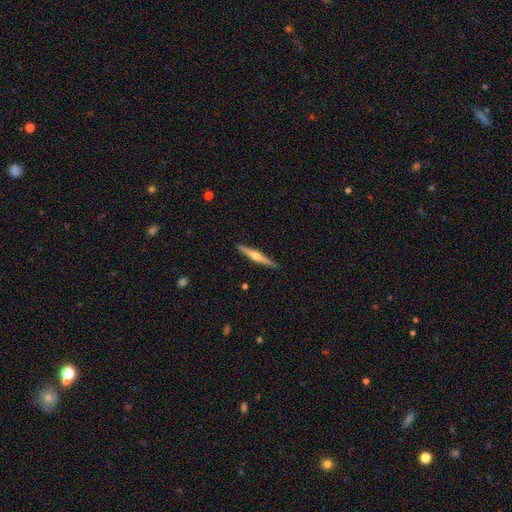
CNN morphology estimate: Smooth or featured?
  - featured or disk: 69% *
  - smooth: 26%
  - star or artifact: 5%
Edge-on disk?
  - yes: 98% *
  - no: 2%
Edge-on bulge?
  - rounded: 91% *
  - none: 5%
  - boxy: 3%
Merging?
  - none: 91% *
  - minor disturbance: 6%
  - major disturbance: 1%
  - merger: 1%